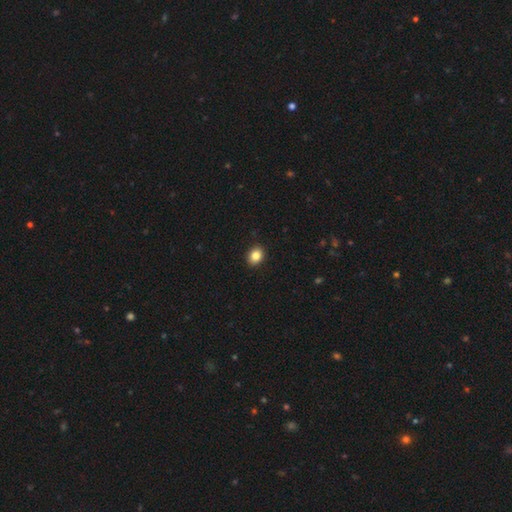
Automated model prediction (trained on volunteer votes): smooth 85%, star or artifact 9%, featured or disk 5%. Down the decision tree: how rounded — in between (57%); merging — none (91%).